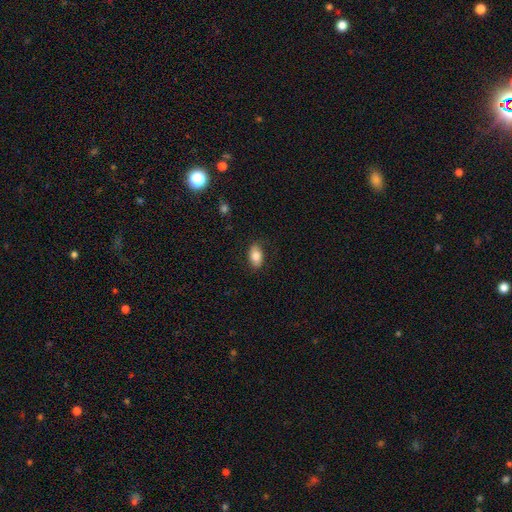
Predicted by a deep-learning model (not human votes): Smooth or featured: smooth — 80% (featured or disk — 12%)
How rounded: in between — 91% (round — 7%)
Merging: none — 82% (minor disturbance — 14%)